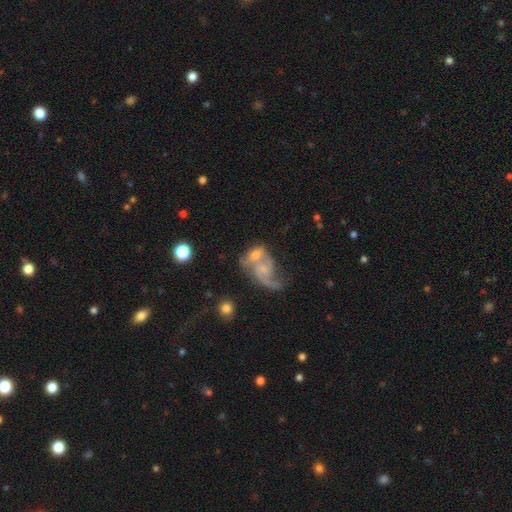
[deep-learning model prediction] featured or disk 65%, smooth 19%, star or artifact 16%. Down the decision tree: edge-on disk — no (96%); bar — no (66%); spiral arms — yes (75%); bulge size — small (51%); merging — merger (38%).